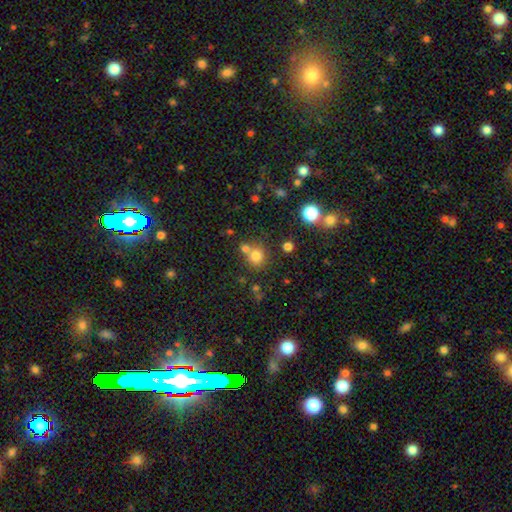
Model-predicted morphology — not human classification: type=smooth (75%); roundness=round (87%); merging=none (59%).